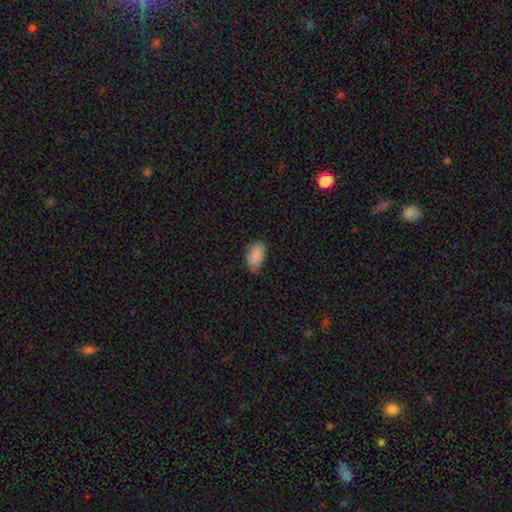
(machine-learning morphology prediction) type=smooth (89%); roundness=in between (94%); merging=none (70%).